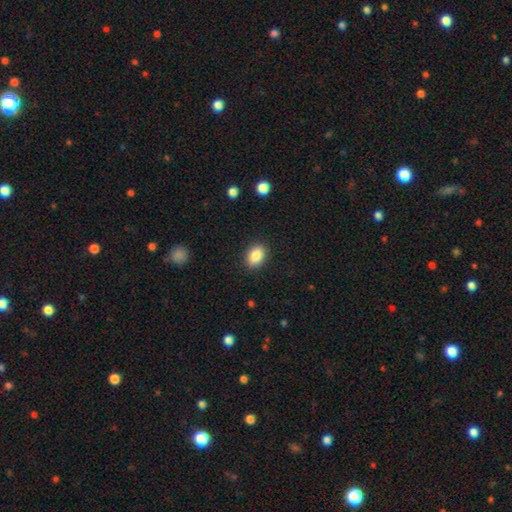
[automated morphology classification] smooth_or_featured: smooth (p=0.86) [alt: star or artifact p=0.08]
how_rounded: in between (p=0.76) [alt: round p=0.23]
merging: none (p=0.89) [alt: minor disturbance p=0.08]